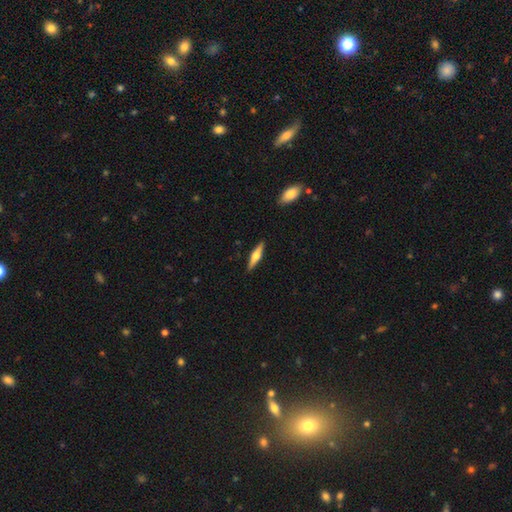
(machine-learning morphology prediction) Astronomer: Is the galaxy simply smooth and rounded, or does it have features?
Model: featured or disk — 57% (runner-up: smooth, 38%).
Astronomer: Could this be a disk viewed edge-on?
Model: yes — 96%.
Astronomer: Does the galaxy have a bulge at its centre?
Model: rounded — 92%.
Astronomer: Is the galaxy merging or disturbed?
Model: none — 90%.